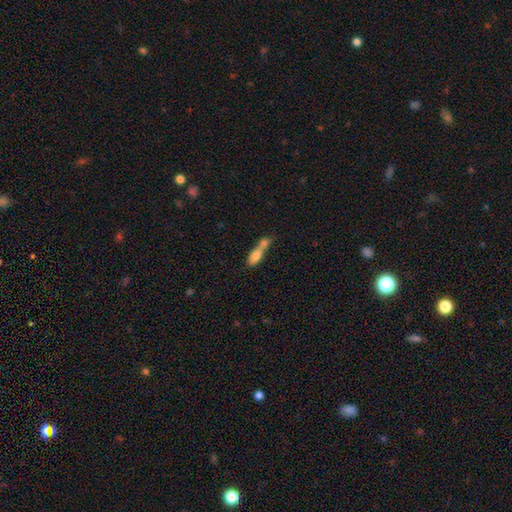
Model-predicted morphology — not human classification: type=smooth (70%); roundness=in between (58%); merging=merger (68%).